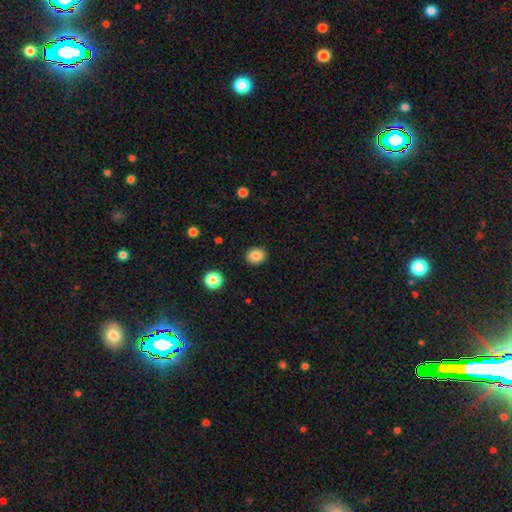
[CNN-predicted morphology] smooth_or_featured: smooth (p=0.85) [alt: star or artifact p=0.10]
how_rounded: round (p=0.65) [alt: in between p=0.34]
merging: none (p=0.90) [alt: minor disturbance p=0.07]